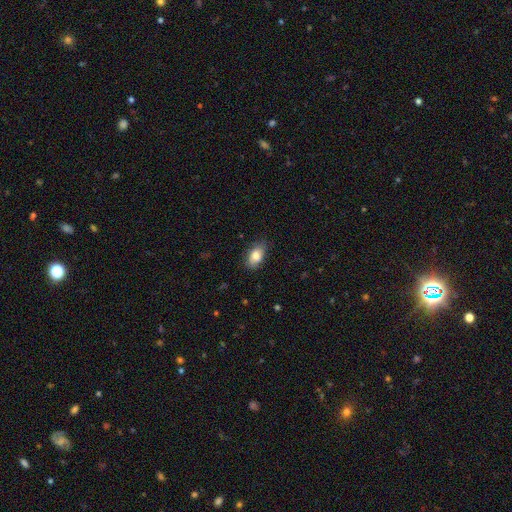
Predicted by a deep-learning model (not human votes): Smooth or featured?
  - smooth: 83% *
  - featured or disk: 10%
  - star or artifact: 7%
How rounded?
  - in between: 91% *
  - round: 6%
  - cigar-shaped: 3%
Merging?
  - none: 78% *
  - minor disturbance: 17%
  - major disturbance: 3%
  - merger: 1%